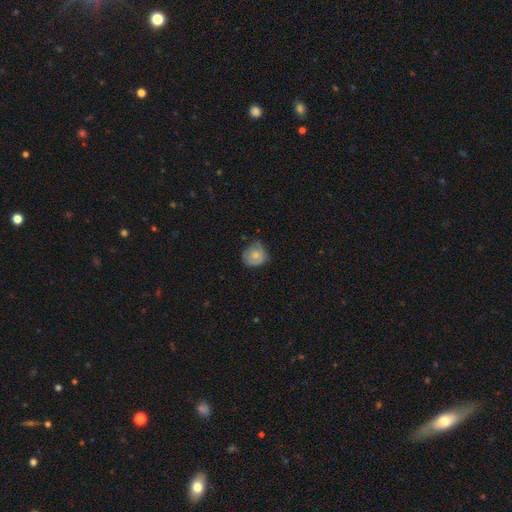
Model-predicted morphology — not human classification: Smooth or featured? Predicted: smooth (p=0.67). How rounded? Predicted: round (p=0.79). Merging? Predicted: none (p=0.56).